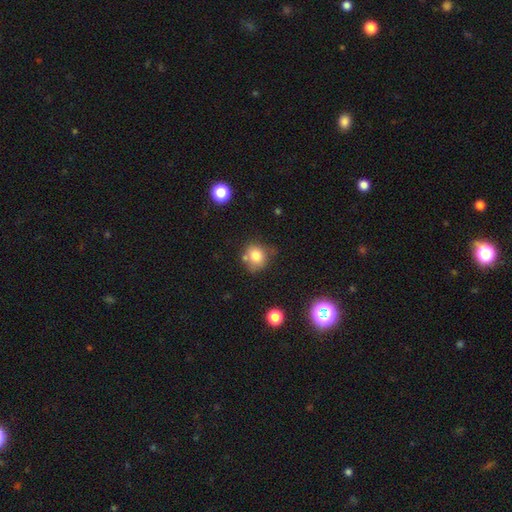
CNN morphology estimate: smooth_or_featured: smooth (p=0.79) [alt: star or artifact p=0.12]
how_rounded: round (p=0.79) [alt: in between p=0.20]
merging: none (p=0.61) [alt: minor disturbance p=0.19]